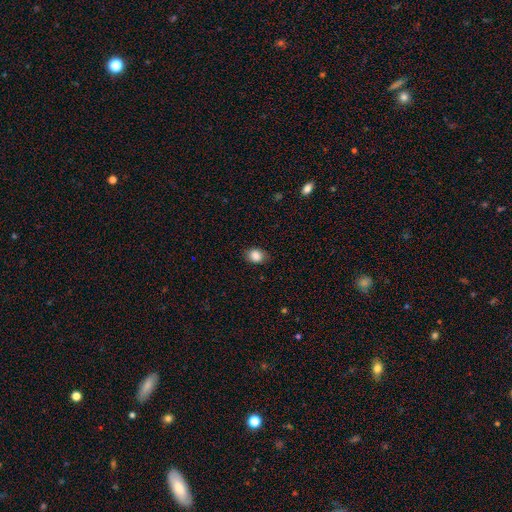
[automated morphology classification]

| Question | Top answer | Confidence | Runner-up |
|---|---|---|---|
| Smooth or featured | smooth | 86% | star or artifact (9%) |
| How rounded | in between | 56% | round (43%) |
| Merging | none | 83% | minor disturbance (14%) |